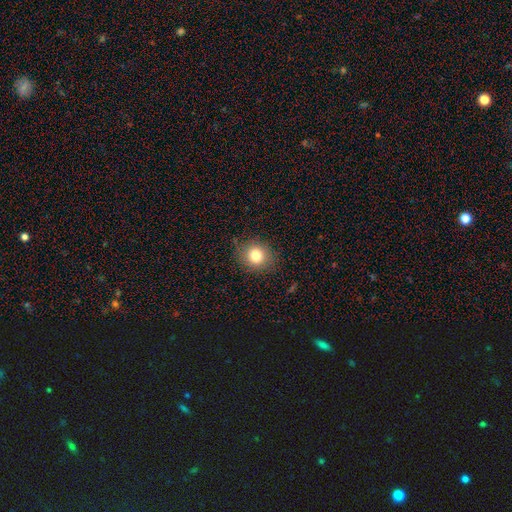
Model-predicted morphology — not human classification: This appears to be a smooth galaxy with no disk features (81%) that is round (79%). Merging: none (84%).